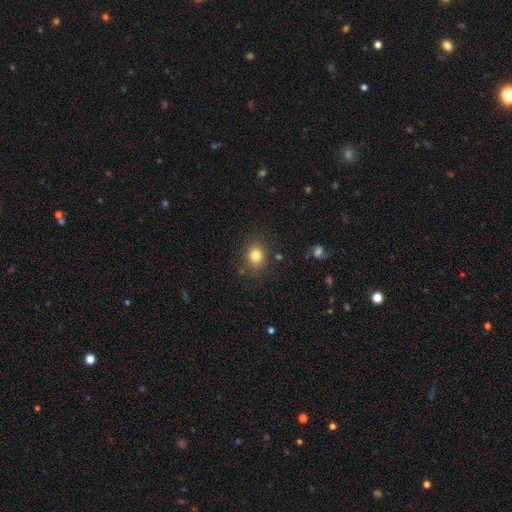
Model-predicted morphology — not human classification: Overall: smooth (81%). How rounded: round (71%). Merging: none (84%).